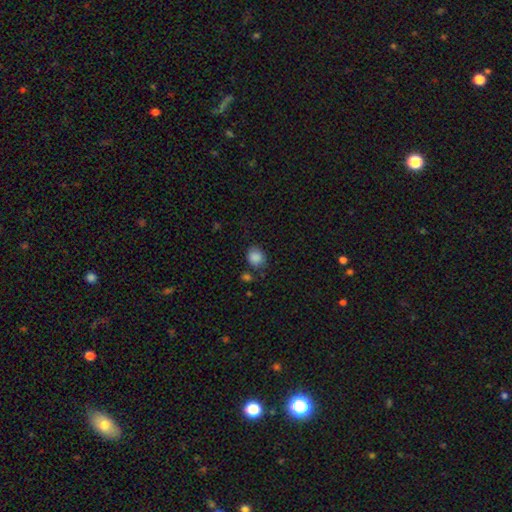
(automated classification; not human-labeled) Overall: smooth (86%). How rounded: round (61%; in between 38%). Merging: none (74%).